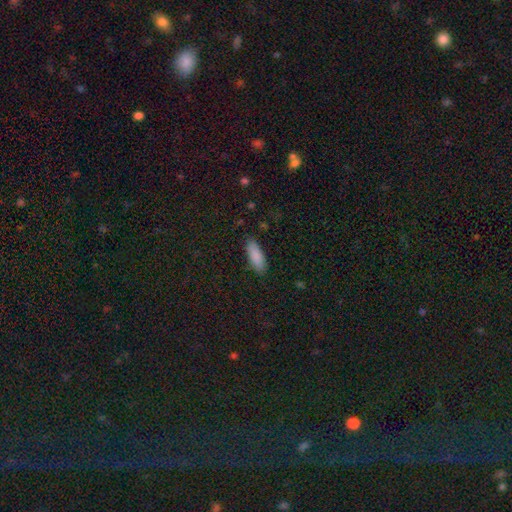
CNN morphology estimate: A smooth galaxy with no disk features (88%) that is in between round and cigar-shaped (67%). Merging: none (86%).